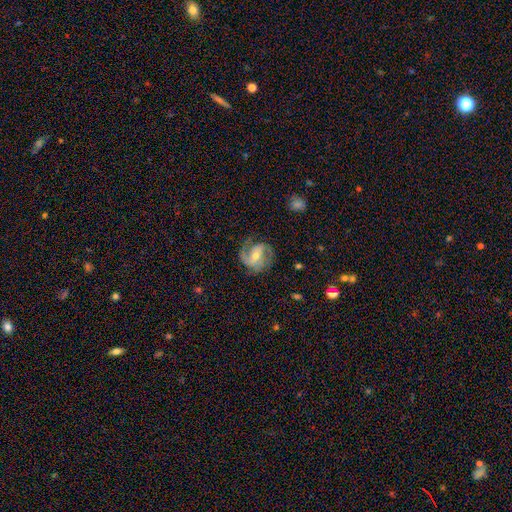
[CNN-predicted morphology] This is clearly a featured or disk galaxy (83%). It is clearly not viewed edge-on (97%). Bar: marginally weak (42%). Spiral arm pattern: clearly yes (95%). Spiral arm count: likely 2 (74%). Spiral winding: possibly medium (49%). Central bulge: possibly small (48%). Merging: likely none (71%).